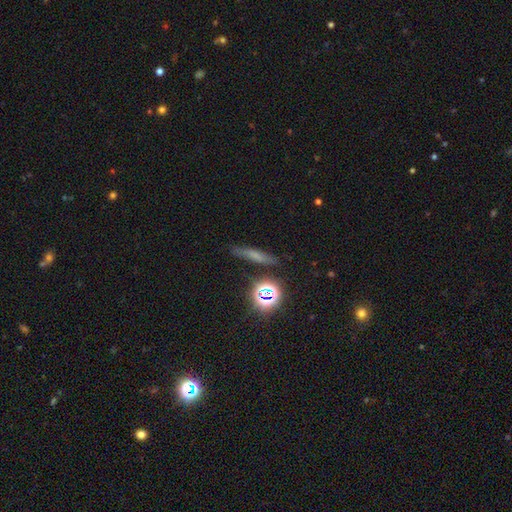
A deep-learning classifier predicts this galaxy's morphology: smooth-or-featured: smooth: 53% | featured or disk: 24% | star or artifact: 23%
  how-rounded: cigar-shaped: 79% | in between: 12% | round: 8%
  merging: none: 80% | minor disturbance: 13% | major disturbance: 4% | merger: 3%